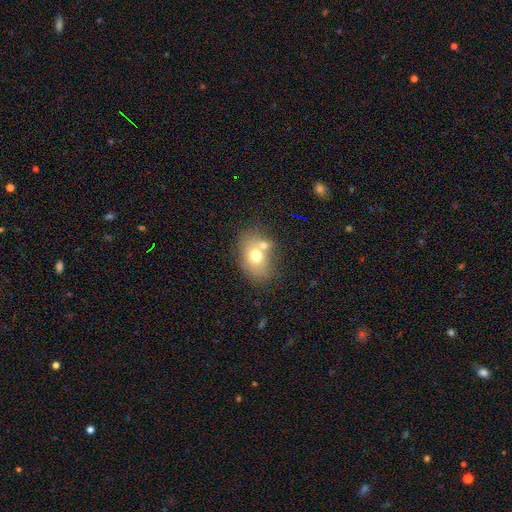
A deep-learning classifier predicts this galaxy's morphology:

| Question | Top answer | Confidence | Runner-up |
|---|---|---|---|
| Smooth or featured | smooth | 67% | featured or disk (22%) |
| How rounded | in between | 72% | round (27%) |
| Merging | none | 51% | merger (29%) |